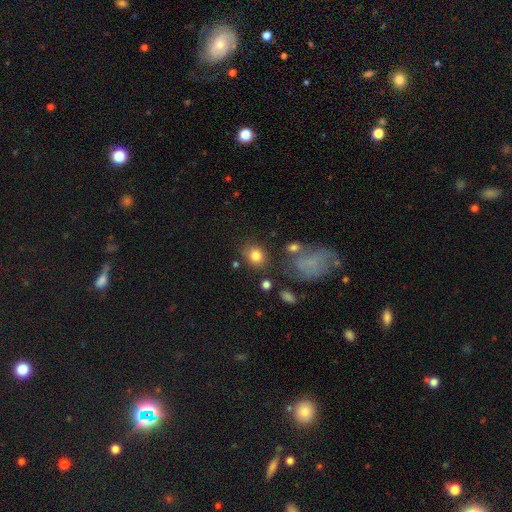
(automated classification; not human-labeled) smooth_or_featured: smooth (p=0.82) [alt: star or artifact p=0.10]
how_rounded: round (p=0.67) [alt: in between p=0.31]
merging: none (p=0.72) [alt: minor disturbance p=0.14]